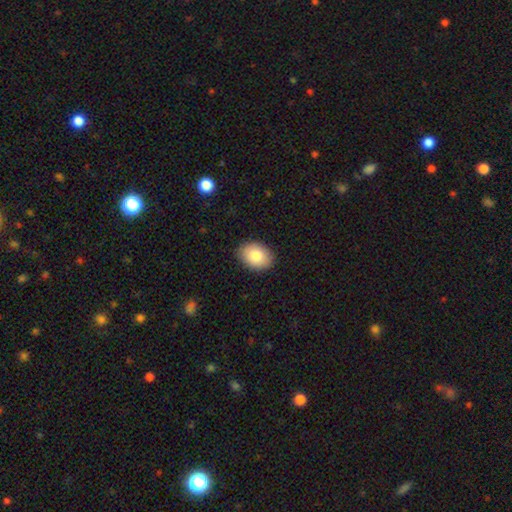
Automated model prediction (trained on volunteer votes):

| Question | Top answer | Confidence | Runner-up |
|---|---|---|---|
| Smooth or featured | smooth | 82% | featured or disk (11%) |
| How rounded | in between | 79% | round (20%) |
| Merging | none | 88% | minor disturbance (9%) |